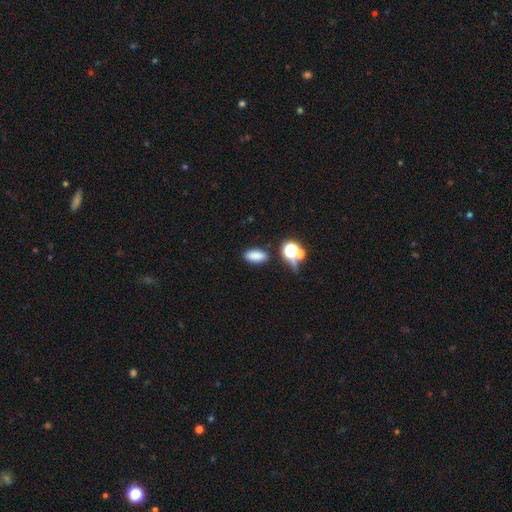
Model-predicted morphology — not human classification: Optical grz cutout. It shows a smooth galaxy with no disk features (81%) that is in between round and cigar-shaped (84%). Merging: none (80%).